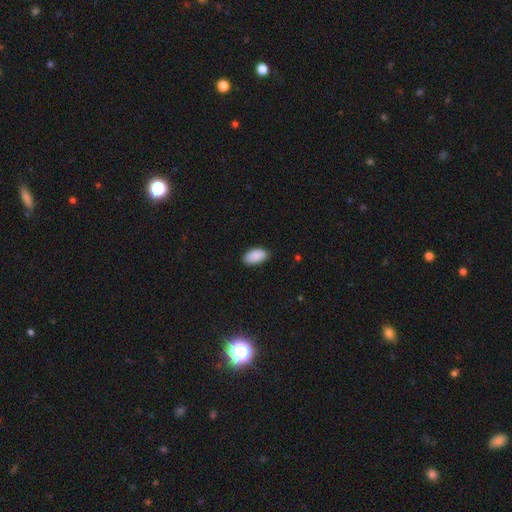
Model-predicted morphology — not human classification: type=smooth (90%); roundness=in between (96%); merging=none (86%).